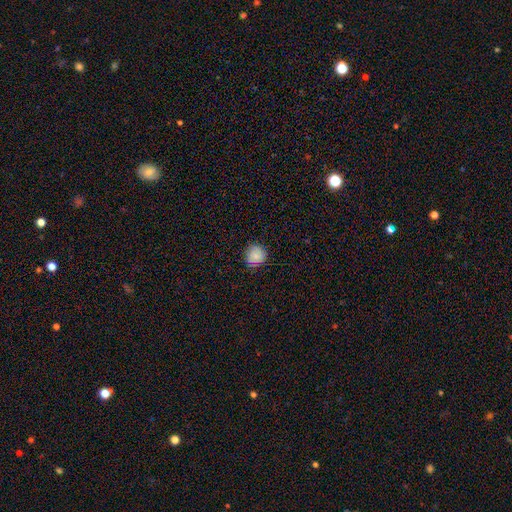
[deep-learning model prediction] The model was most divided on "merging": none: 81%, minor disturbance: 15%, major disturbance: 3%, merger: 1%. More confident: how rounded — round (88%); smooth or featured — smooth (80%).